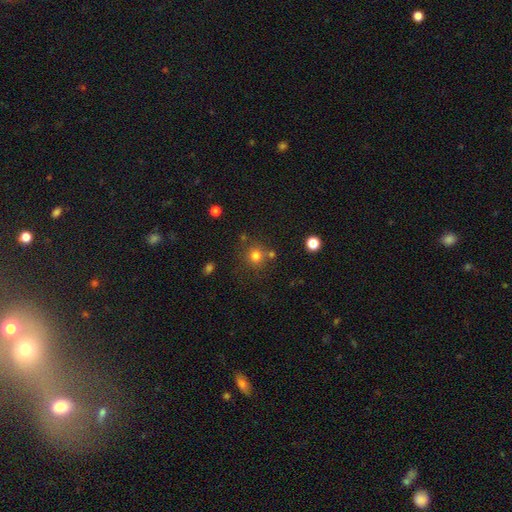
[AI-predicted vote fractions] This appears to be a smooth galaxy with no disk features (77%) that is round (91%). Merging: none (73%).